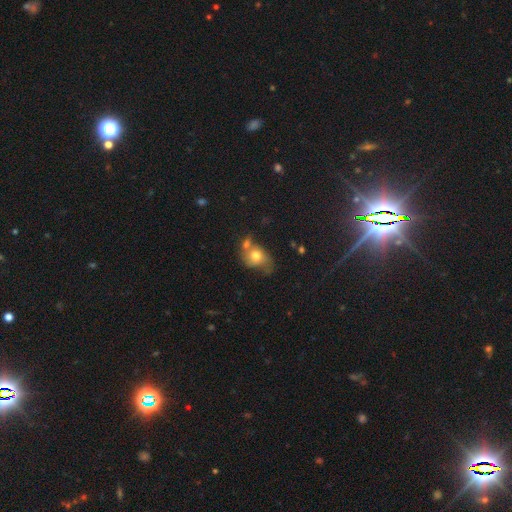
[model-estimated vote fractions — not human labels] Smooth or featured? Predicted: smooth (p=0.68). How rounded? Predicted: in between (p=0.54). Merging? Predicted: merger (p=0.32).